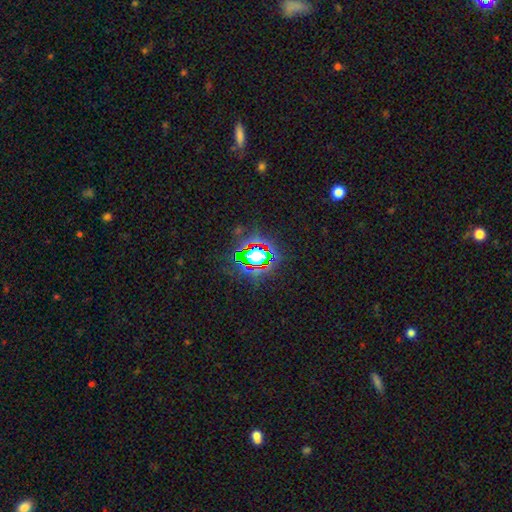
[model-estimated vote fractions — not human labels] Overall: star or artifact (70%).